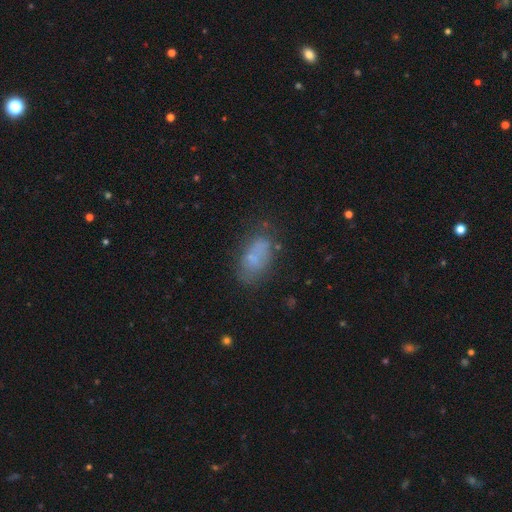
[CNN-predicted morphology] A smooth galaxy with no disk features (63%) that is in between round and cigar-shaped (90%). Merging: none (57%).